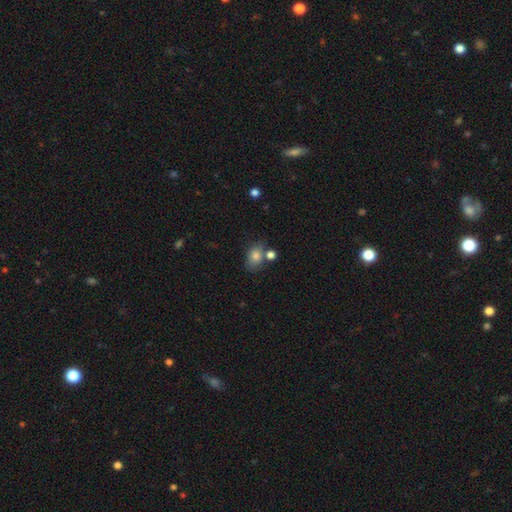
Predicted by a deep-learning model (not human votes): This appears to be a smooth galaxy with no disk features (80%) that is in between round and cigar-shaped (69%). Merging: none (58%).